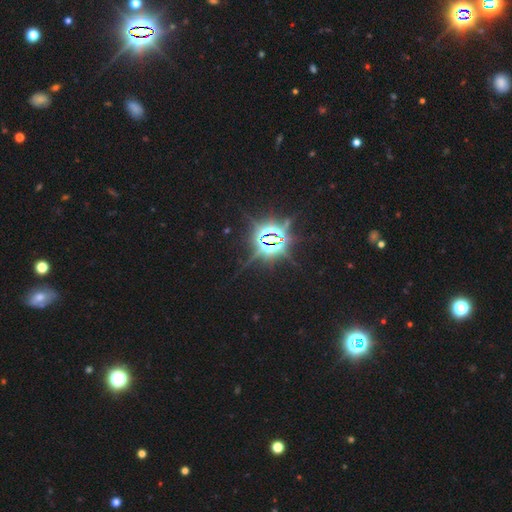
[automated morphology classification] This is clearly a star or artifact rather than a galaxy (85%).